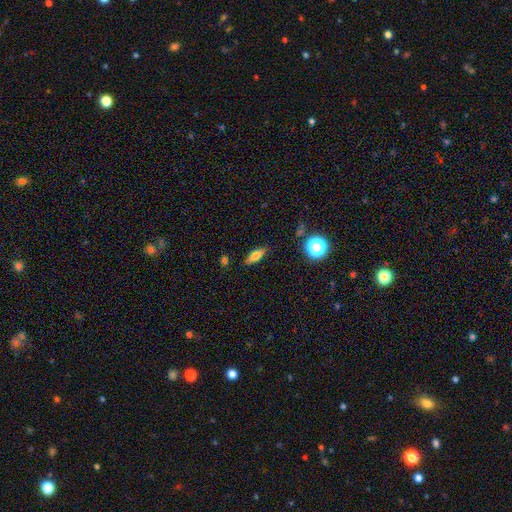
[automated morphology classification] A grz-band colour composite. It shows a smooth galaxy with no disk features (60%) that is in between round and cigar-shaped (52%). Merging: none (86%).